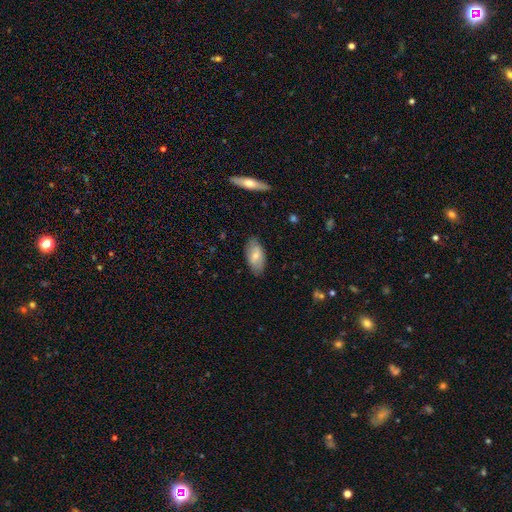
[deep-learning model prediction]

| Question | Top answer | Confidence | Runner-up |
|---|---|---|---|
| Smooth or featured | smooth | 66% | featured or disk (28%) |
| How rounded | in between | 93% | cigar-shaped (4%) |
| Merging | none | 82% | minor disturbance (14%) |